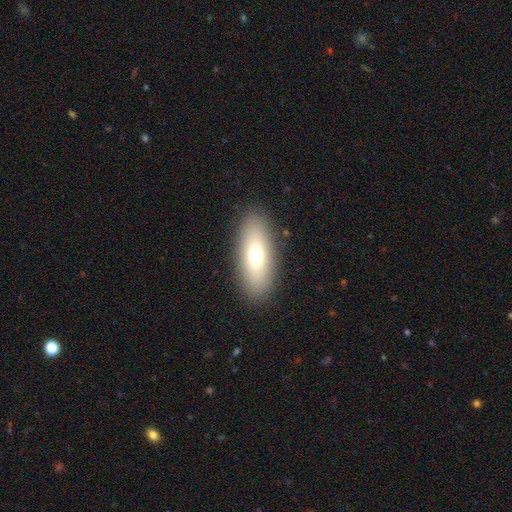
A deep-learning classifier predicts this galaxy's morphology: Smooth or featured? smooth (69%)
How rounded? in between (80%)
Merging? none (88%)